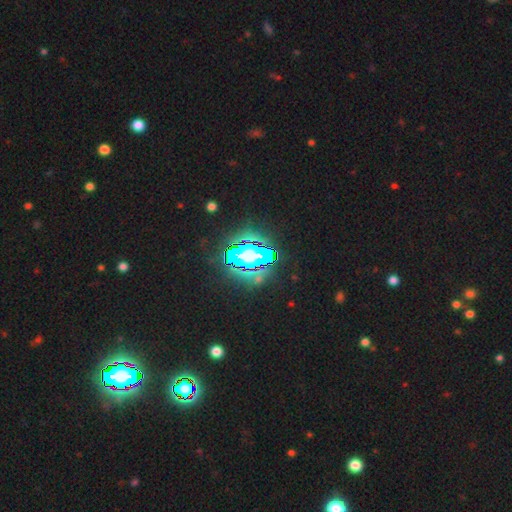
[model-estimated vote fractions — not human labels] Smooth or featured: star or artifact — 63% (smooth — 19%)